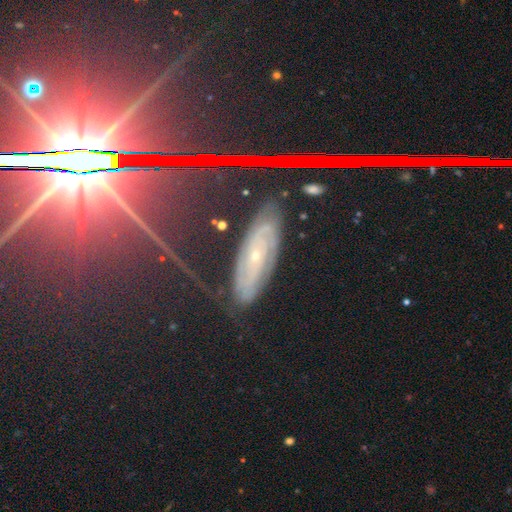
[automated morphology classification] The model was most divided on "smooth or featured": featured or disk: 62%, star or artifact: 24%, smooth: 15%. More confident: merging — none (82%); edge-on disk — no (73%).